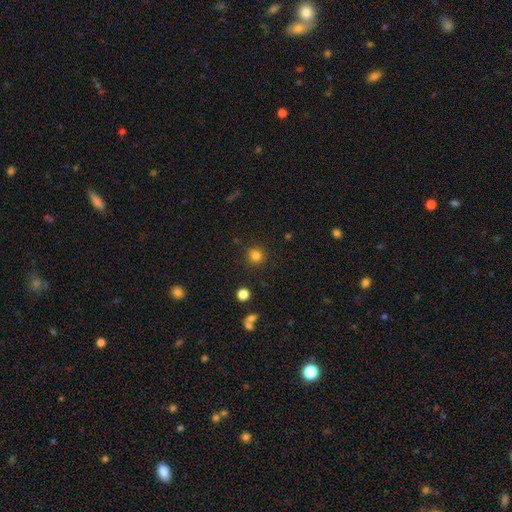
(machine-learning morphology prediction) Q: Smooth or featured?
A: smooth (82%); runner-up: star or artifact (13%)
Q: How rounded?
A: round (91%); runner-up: in between (8%)
Q: Merging?
A: none (88%); runner-up: minor disturbance (7%)